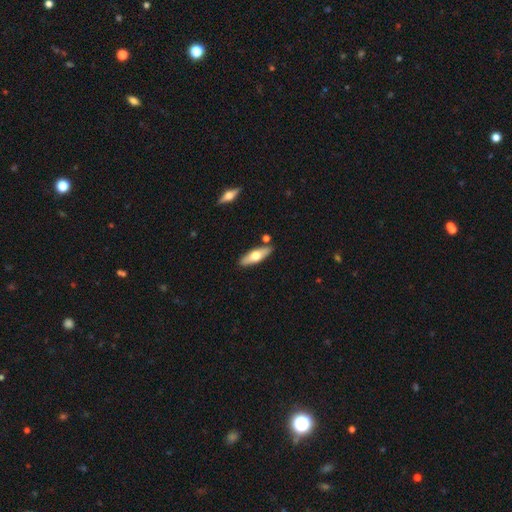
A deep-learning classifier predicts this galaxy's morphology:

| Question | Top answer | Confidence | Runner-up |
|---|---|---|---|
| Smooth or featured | smooth | 56% | featured or disk (39%) |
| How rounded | in between | 55% | cigar-shaped (43%) |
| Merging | none | 84% | minor disturbance (9%) |